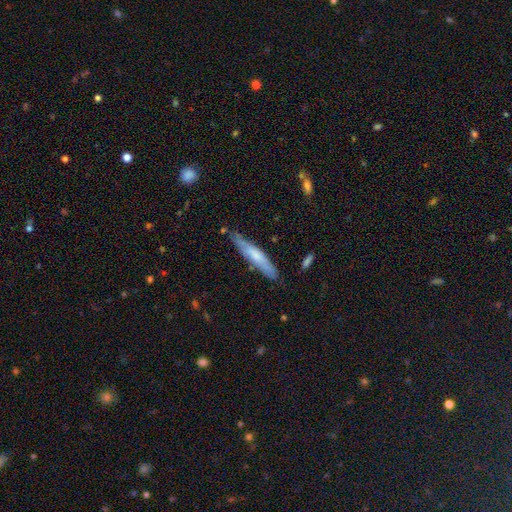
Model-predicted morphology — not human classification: Smooth or featured?
  - smooth: 57% *
  - featured or disk: 37%
  - star or artifact: 6%
How rounded?
  - cigar-shaped: 88% *
  - in between: 11%
  - round: 1%
Merging?
  - none: 73% *
  - minor disturbance: 21%
  - major disturbance: 4%
  - merger: 3%